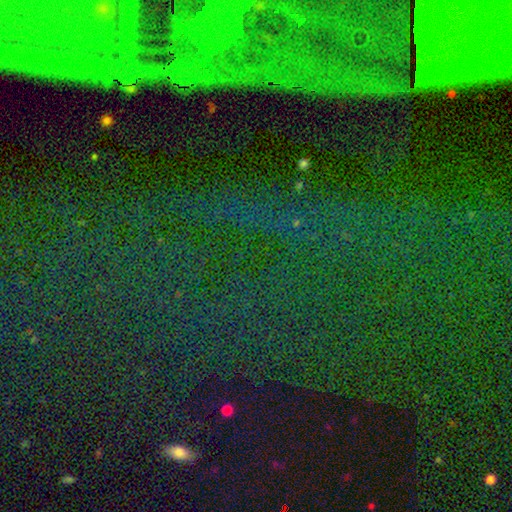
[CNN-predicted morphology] Q: Smooth or featured?
A: star or artifact (78%); runner-up: featured or disk (11%)